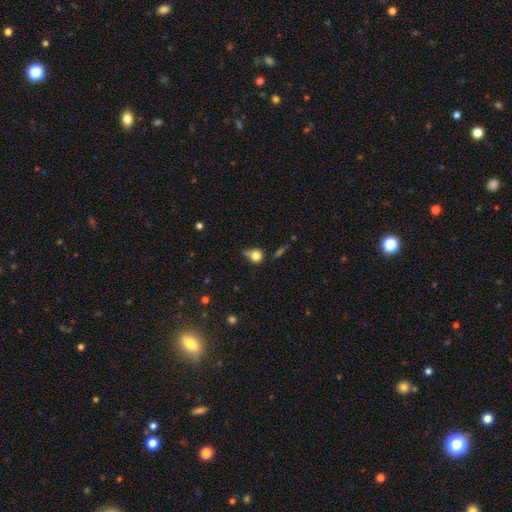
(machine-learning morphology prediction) A smooth galaxy with no disk features (76%) that is round (79%). Merging: none (42%).